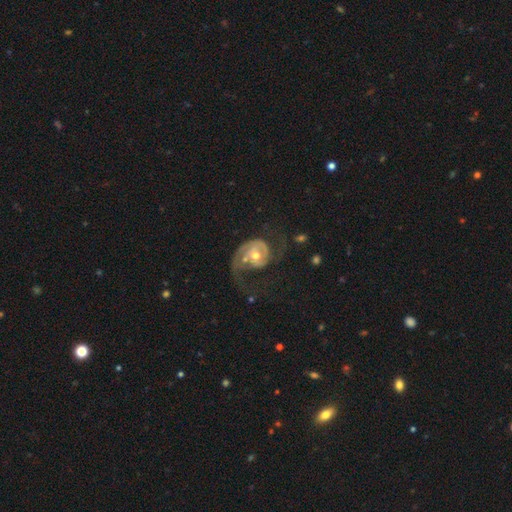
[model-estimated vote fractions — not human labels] This appears to be a featured or disk galaxy (82%) with no bar (65%), 2 (60%) medium (40%) spiral arms (90%) and a moderate central bulge (66%). Merging: none (38%, tied with major disturbance).